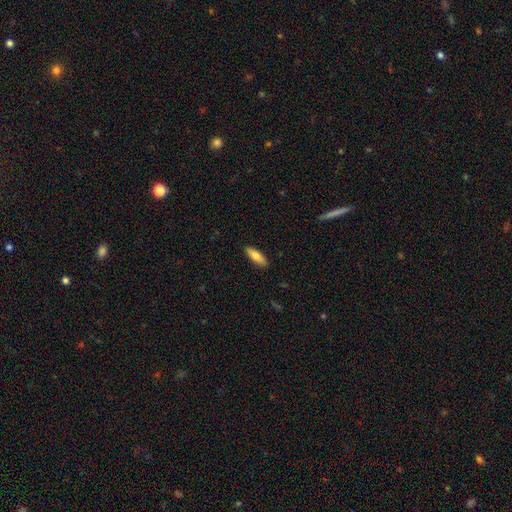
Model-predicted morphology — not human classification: A smooth galaxy with no disk features (73%) that is in between round and cigar-shaped (53%).

Vote fractions:
- Smooth or featured? smooth: 73% / featured or disk: 21% / star or artifact: 6%
- How rounded? in between: 53% / cigar-shaped: 45% / round: 2%
- Merging? none: 89% / minor disturbance: 8% / major disturbance: 2% / merger: 1%